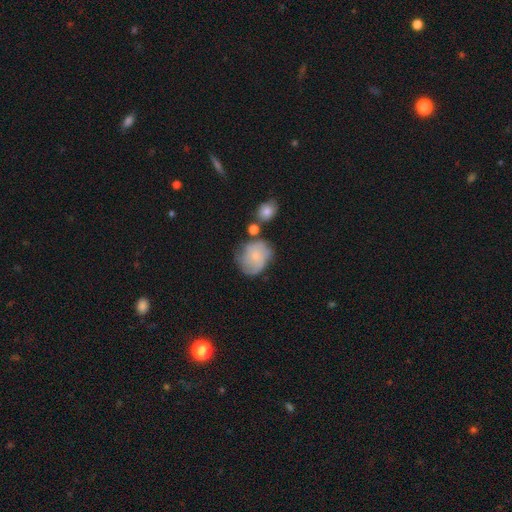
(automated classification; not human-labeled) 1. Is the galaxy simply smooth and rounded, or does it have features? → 59% smooth, 32% featured or disk, 9% star or artifact.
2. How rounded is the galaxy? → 66% round, 33% in between, 1% cigar-shaped.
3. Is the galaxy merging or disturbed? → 51% none, 27% minor disturbance, 12% major disturbance, 11% merger.